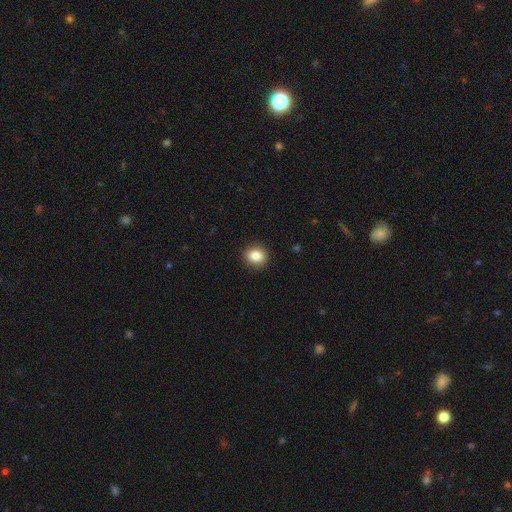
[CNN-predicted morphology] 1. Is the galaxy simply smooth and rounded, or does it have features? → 84% smooth, 9% star or artifact, 6% featured or disk.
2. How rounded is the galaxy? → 73% round, 26% in between, 1% cigar-shaped.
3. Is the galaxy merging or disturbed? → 90% none, 7% minor disturbance, 2% major disturbance, 1% merger.